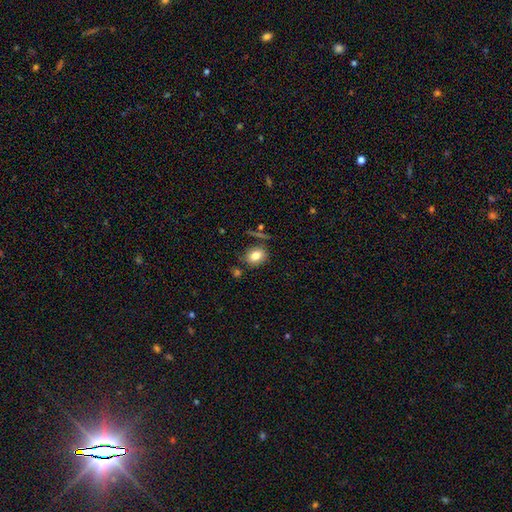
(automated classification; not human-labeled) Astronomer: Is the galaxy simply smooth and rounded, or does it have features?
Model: smooth — 80%.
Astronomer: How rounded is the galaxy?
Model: in between — 59% (runner-up: round, 39%).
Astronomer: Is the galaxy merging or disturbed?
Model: none — 75%.